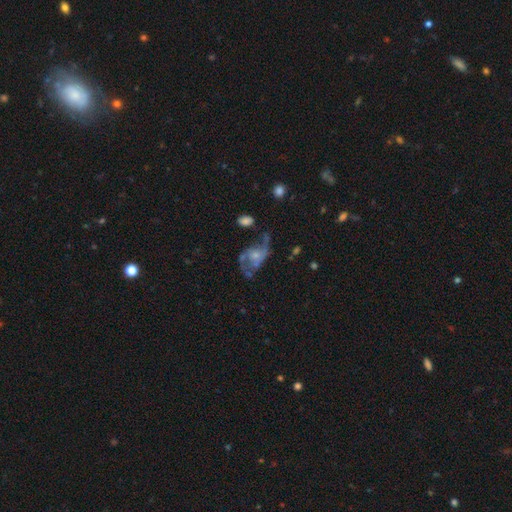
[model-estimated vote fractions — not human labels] The model was most divided on "merging": major disturbance: 40%, none: 30%, minor disturbance: 21%, merger: 8%. Remaining: edge-on disk — no (97%); bar — no (77%); smooth or featured — featured or disk (64%); spiral arms — yes (61%); bulge size — small (45%).